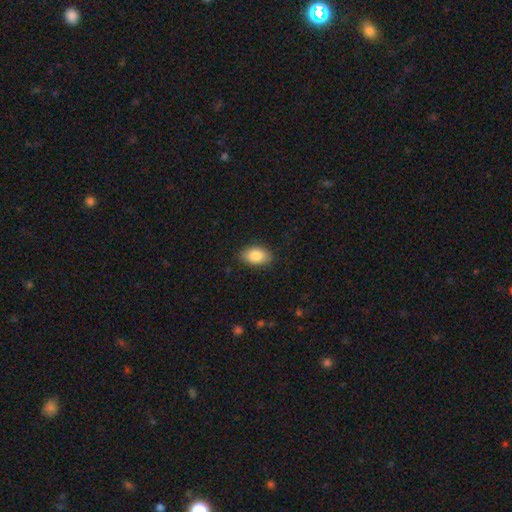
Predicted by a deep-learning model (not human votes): Smooth or featured? smooth (86%)
How rounded? in between (91%)
Merging? none (86%)